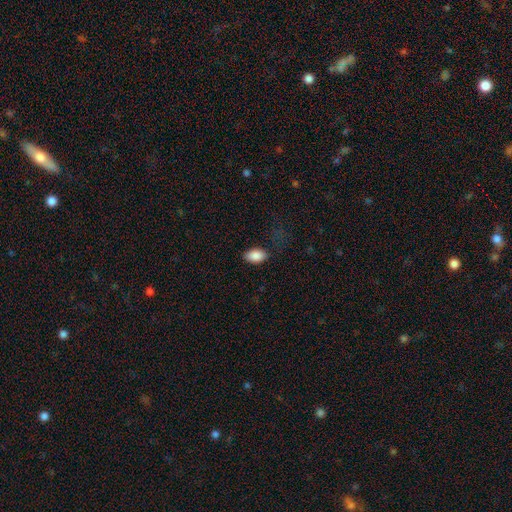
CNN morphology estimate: The model was most divided on "merging": none: 76%, minor disturbance: 17%, major disturbance: 5%, merger: 1%. More confident: how rounded — in between (92%); smooth or featured — smooth (88%).